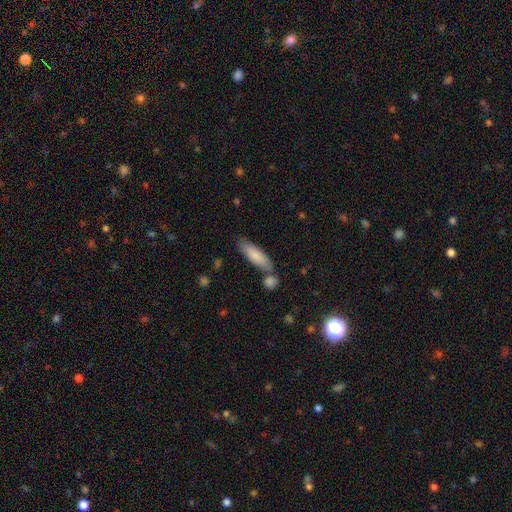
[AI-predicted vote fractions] This appears to be a smooth galaxy with no disk features (81%) that is cigar-shaped (57%). Merging: none (69%).